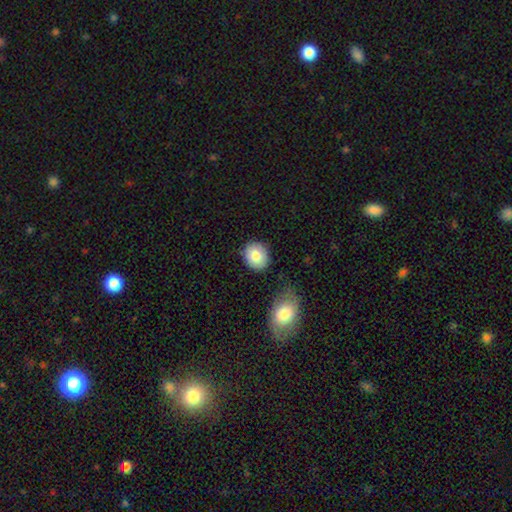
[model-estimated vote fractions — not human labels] smooth_or_featured: smooth (p=0.81) [alt: featured or disk p=0.11]
how_rounded: round (p=0.66) [alt: in between p=0.33]
merging: none (p=0.83) [alt: minor disturbance p=0.11]